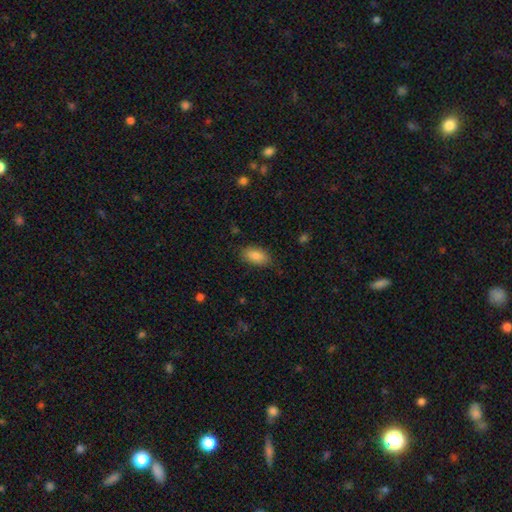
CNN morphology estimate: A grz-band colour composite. It shows a smooth galaxy with no disk features (84%) that is in between round and cigar-shaped (90%). Merging: none (82%).